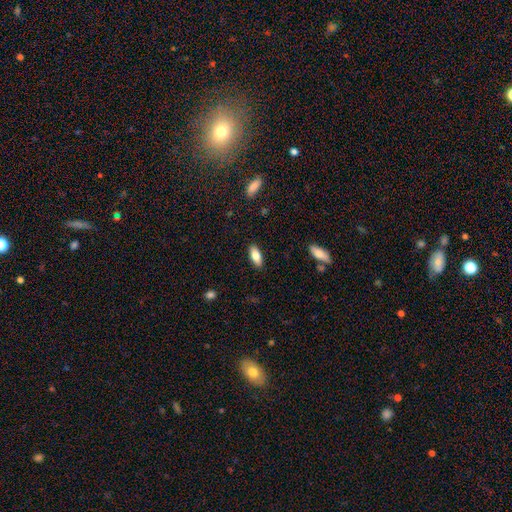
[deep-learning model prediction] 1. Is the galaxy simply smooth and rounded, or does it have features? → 80% smooth, 14% featured or disk, 7% star or artifact.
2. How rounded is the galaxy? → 79% in between, 19% cigar-shaped, 2% round.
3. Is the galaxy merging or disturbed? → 88% none, 9% minor disturbance, 2% major disturbance, 1% merger.